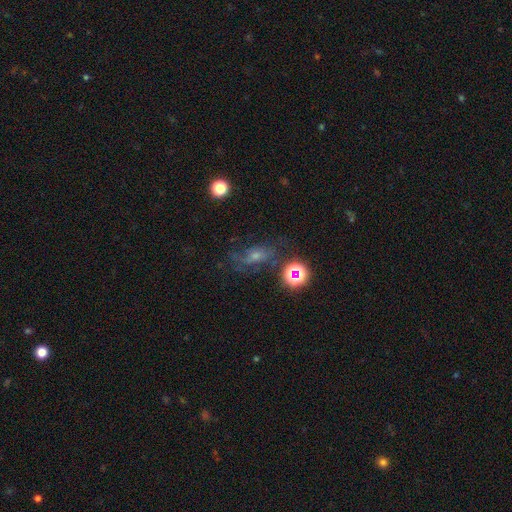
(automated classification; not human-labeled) Smooth or featured? Predicted: featured or disk (p=0.43). Merging? Predicted: none (p=0.54).